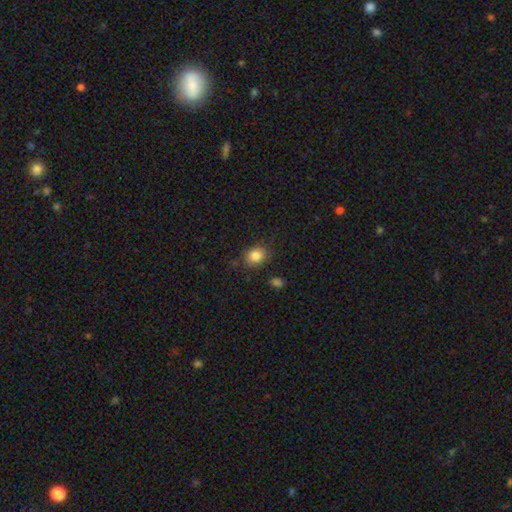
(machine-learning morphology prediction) Smooth or featured? smooth (85%)
How rounded? round (52%)
Merging? none (81%)